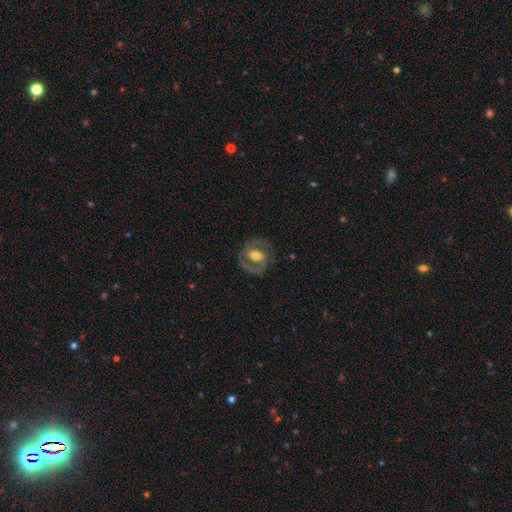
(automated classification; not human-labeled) smooth-or-featured: featured or disk: 74% | smooth: 20% | star or artifact: 6%
  disk-edge-on: no: 96% | yes: 4%
    bar: weak: 39% | no: 32% | strong: 29%
    has-spiral-arms: yes: 81% | no: 19%
      spiral-winding: medium: 50% | tight: 35% | loose: 15%
      spiral-arm-count: 2: 82% | 1: 8% | can't tell: 7% | 3: 1% | 4: 1% | more than 4: 1%
    bulge-size: moderate: 63% | small: 23% | large: 11% | none: 2% | dominant: 1%
  merging: none: 76% | minor disturbance: 14% | major disturbance: 9% | merger: 1%